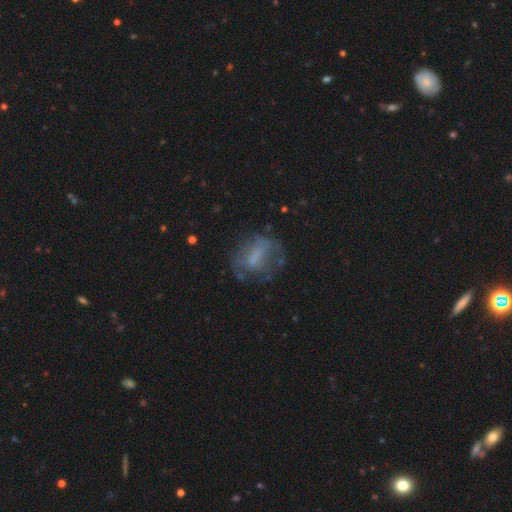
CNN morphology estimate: Smooth or featured? Predicted: featured or disk (p=0.45). Merging? Predicted: none (p=0.52).